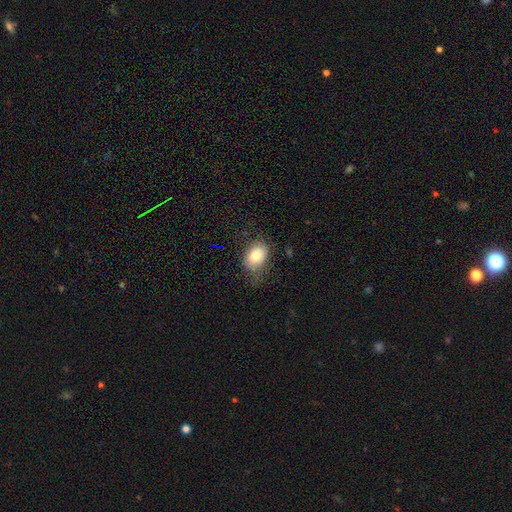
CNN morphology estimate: smooth 75%, featured or disk 16%, star or artifact 9%. Down the decision tree: how rounded — in between (71%); merging — none (61%).